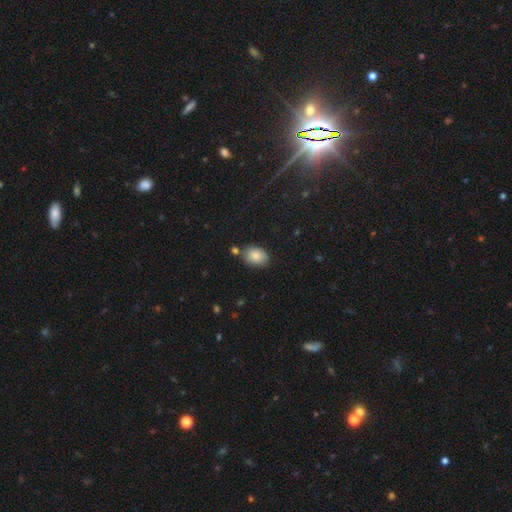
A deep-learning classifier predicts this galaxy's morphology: A smooth galaxy with no disk features (85%) that is in between round and cigar-shaped (82%).

Vote fractions:
- Smooth or featured? smooth: 85% / star or artifact: 8% / featured or disk: 7%
- How rounded? in between: 82% / round: 17% / cigar-shaped: 1%
- Merging? none: 73% / minor disturbance: 16% / merger: 7% / major disturbance: 3%